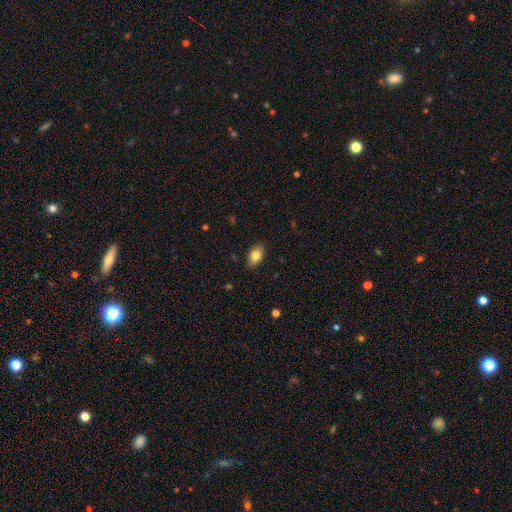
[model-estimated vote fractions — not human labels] A smooth galaxy with no disk features (81%) that is in between round and cigar-shaped (90%). Merging: none (87%).